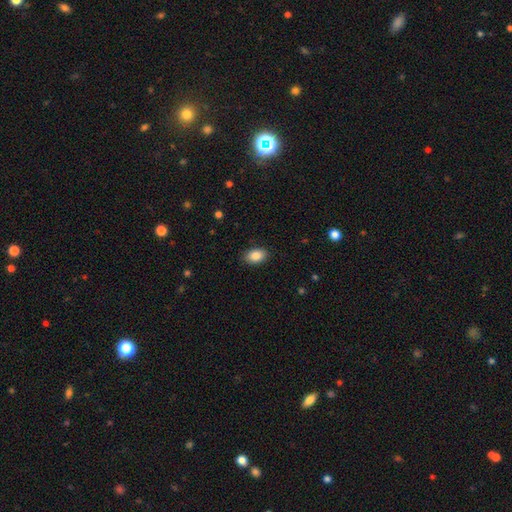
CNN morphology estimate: Overall: smooth (88%). How rounded: in between (89%). Merging: none (89%).